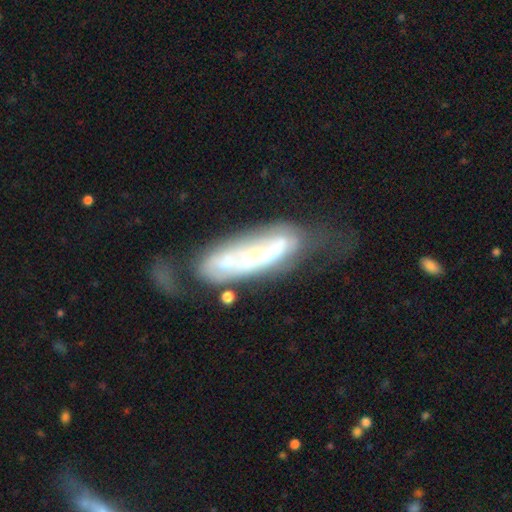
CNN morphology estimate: type=featured or disk (71%); edge-on=no (82%); bar=no (64%); spiral arms=yes (55%); bulge=small (61%); merging=none (37%).